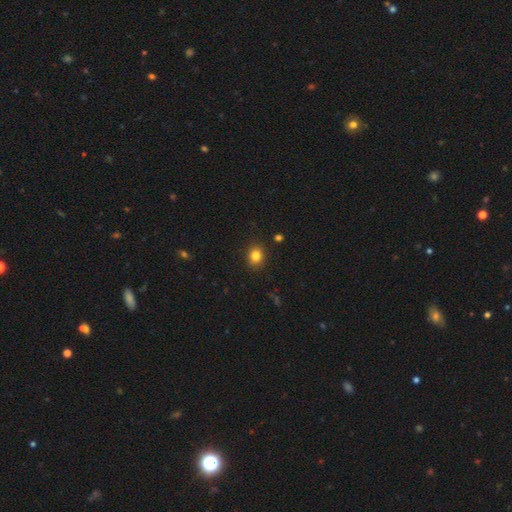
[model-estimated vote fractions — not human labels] Smooth or featured: smooth — 82% (star or artifact — 12%)
How rounded: round — 65% (in between — 34%)
Merging: none — 89% (minor disturbance — 8%)